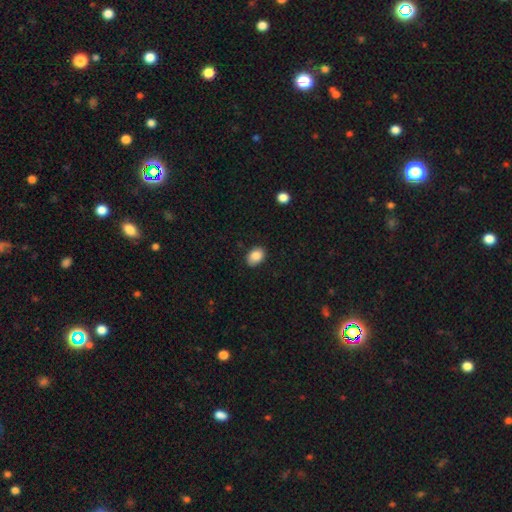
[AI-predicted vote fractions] Q: Smooth or featured?
A: smooth (87%); runner-up: star or artifact (8%)
Q: How rounded?
A: in between (78%); runner-up: round (21%)
Q: Merging?
A: none (85%); runner-up: minor disturbance (12%)